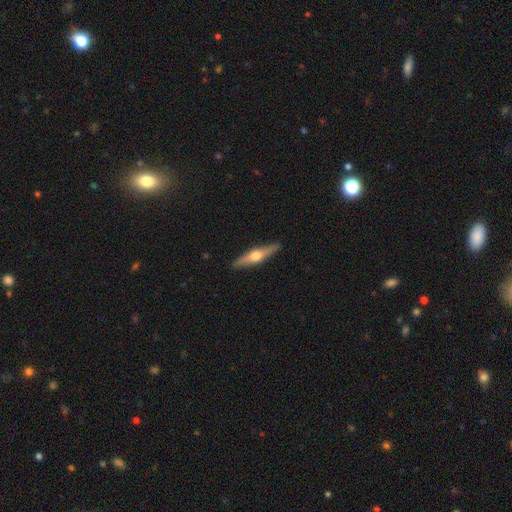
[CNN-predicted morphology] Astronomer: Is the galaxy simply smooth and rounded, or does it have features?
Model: featured or disk — 60% (runner-up: smooth, 35%).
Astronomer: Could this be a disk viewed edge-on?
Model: yes — 94%.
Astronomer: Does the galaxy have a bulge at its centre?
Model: rounded — 93%.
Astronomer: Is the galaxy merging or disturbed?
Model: none — 90%.